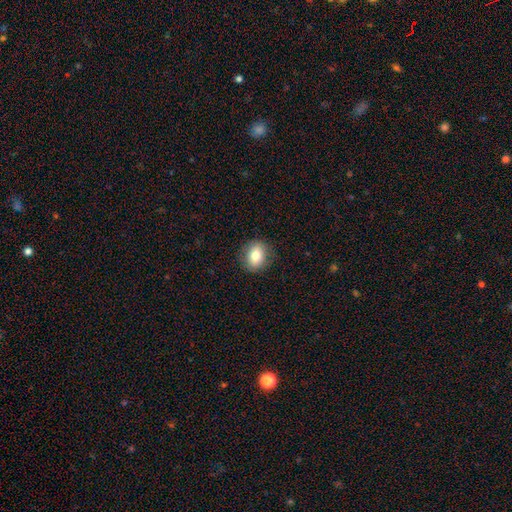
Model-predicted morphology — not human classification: Smooth or featured: smooth — 78% (featured or disk — 13%)
How rounded: round — 57% (in between — 42%)
Merging: none — 86% (minor disturbance — 10%)